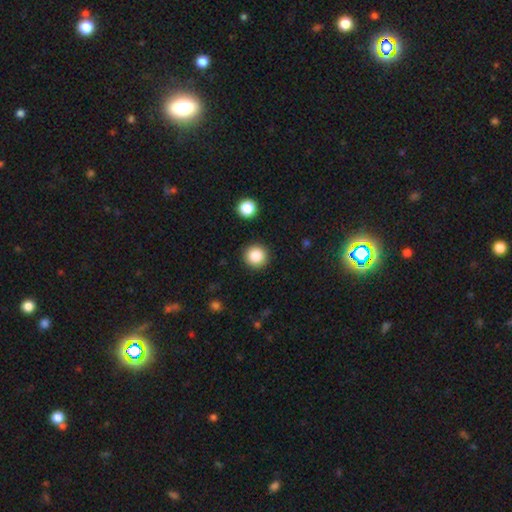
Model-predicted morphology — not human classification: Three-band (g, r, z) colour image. It shows a smooth galaxy with no disk features (85%) that is round (96%). Merging: none (91%).